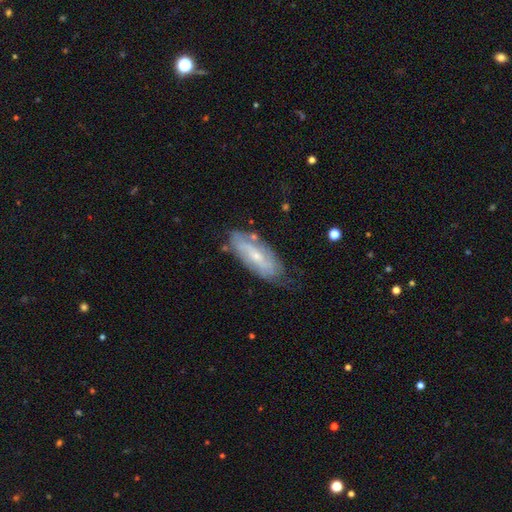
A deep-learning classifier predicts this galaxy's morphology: Q: Smooth or featured?
A: featured or disk (66%); runner-up: smooth (27%)
Q: Edge-on disk?
A: no (84%); runner-up: yes (16%)
Q: Bar?
A: no (44%); runner-up: weak (40%)
Q: Spiral arms?
A: yes (80%); runner-up: no (20%)
Q: Bulge size?
A: small (64%); runner-up: moderate (31%)
Q: Merging?
A: none (65%); runner-up: minor disturbance (24%)